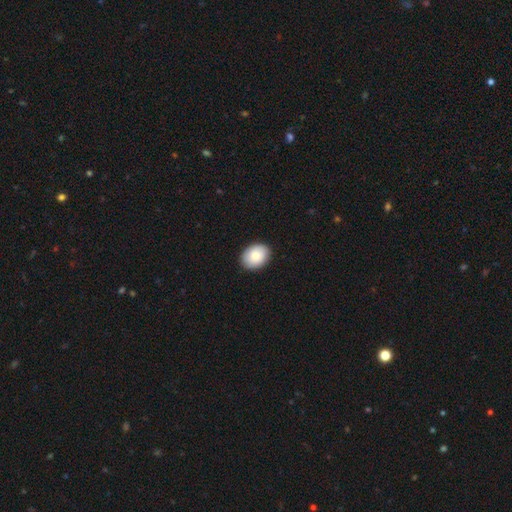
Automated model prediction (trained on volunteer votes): This appears to be a smooth galaxy with no disk features (87%) that is in between round and cigar-shaped (72%). Merging: none (89%).